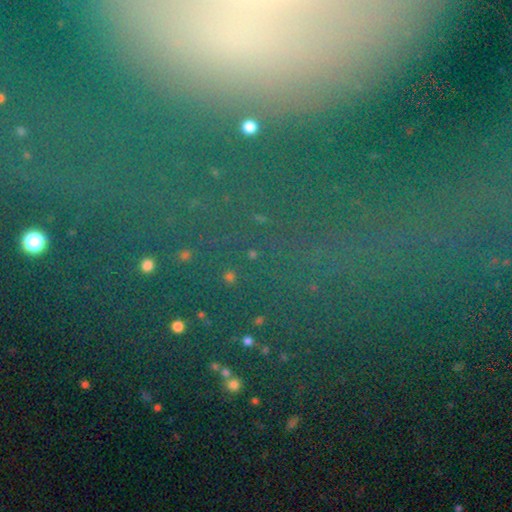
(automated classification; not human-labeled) A star or artifact, not a galaxy (72%).